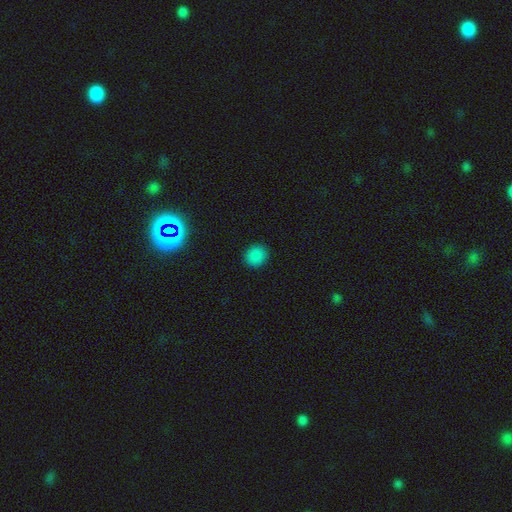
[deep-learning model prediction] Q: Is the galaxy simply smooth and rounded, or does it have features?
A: smooth — 85%.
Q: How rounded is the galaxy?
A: round — 80%.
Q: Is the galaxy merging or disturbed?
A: none — 91%.